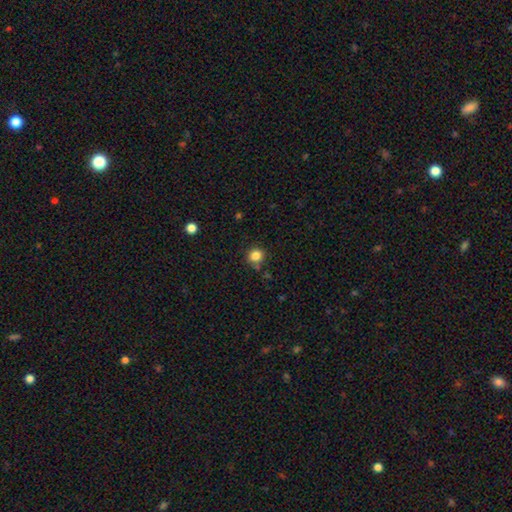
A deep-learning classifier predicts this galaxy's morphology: This is clearly a smooth galaxy (83%). How rounded: clearly round (84%). Merging: clearly none (80%).